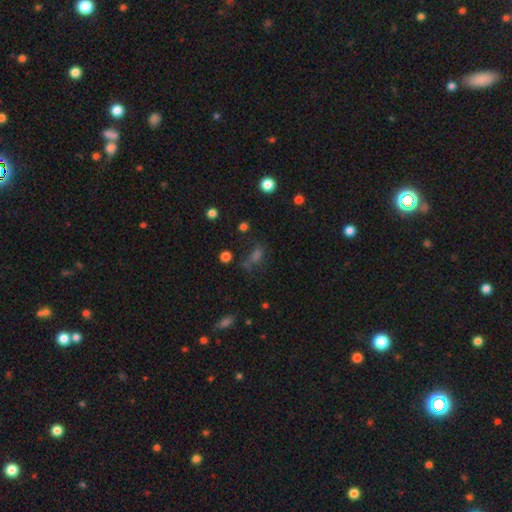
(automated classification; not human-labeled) Smooth or featured: smooth — 41% (star or artifact — 40%)
Merging: none — 51% (major disturbance — 21%)